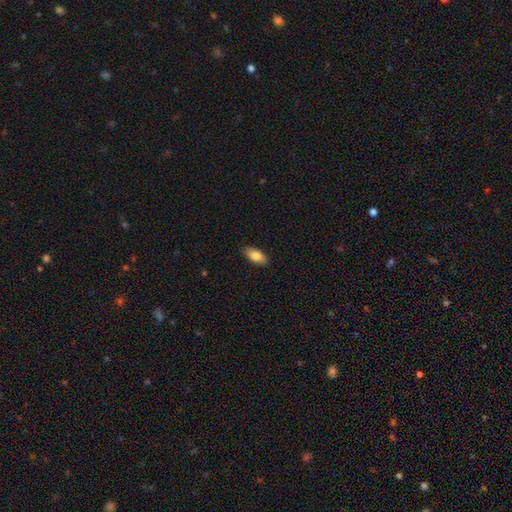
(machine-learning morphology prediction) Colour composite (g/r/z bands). It shows a smooth galaxy with no disk features (84%) that is in between round and cigar-shaped (90%). Merging: none (88%).